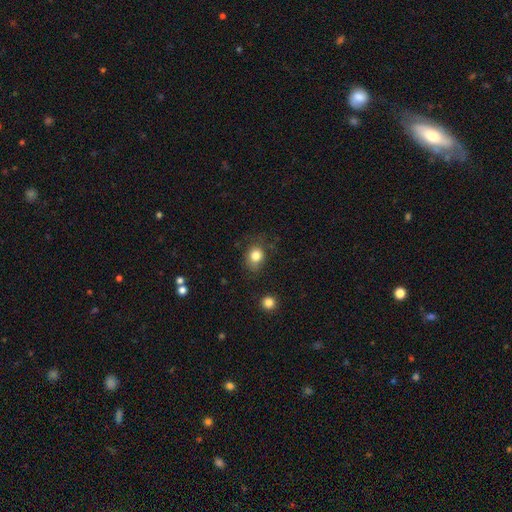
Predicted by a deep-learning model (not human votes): smooth-or-featured: smooth: 83% | star or artifact: 10% | featured or disk: 8%
  how-rounded: round: 56% | in between: 44% | cigar-shaped: 1%
  merging: none: 69% | minor disturbance: 22% | major disturbance: 7% | merger: 2%